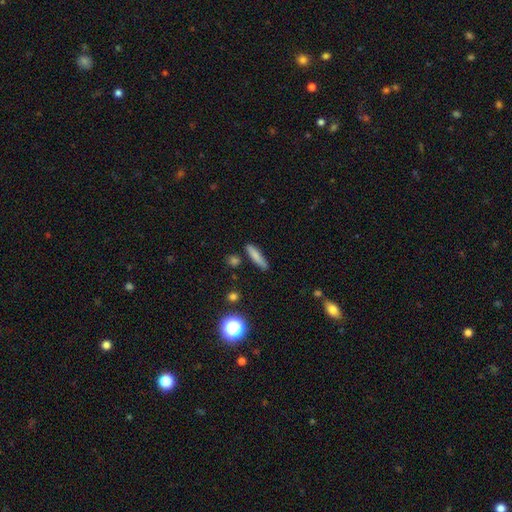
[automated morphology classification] Overall: smooth (77%). How rounded: cigar-shaped (84%). Merging: none (81%).